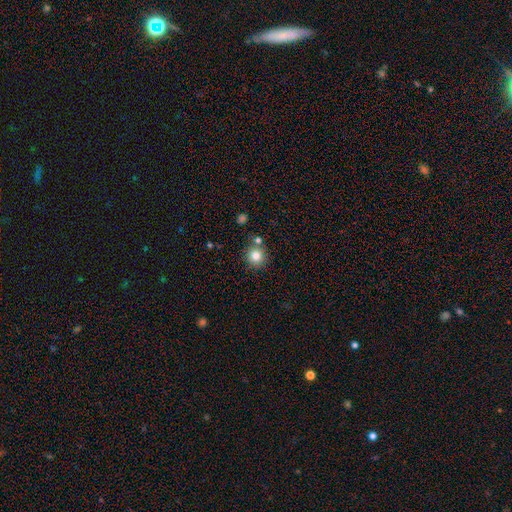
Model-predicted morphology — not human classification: Q: Smooth or featured?
A: smooth (81%); runner-up: star or artifact (11%)
Q: How rounded?
A: round (91%); runner-up: in between (8%)
Q: Merging?
A: none (78%); runner-up: merger (10%)